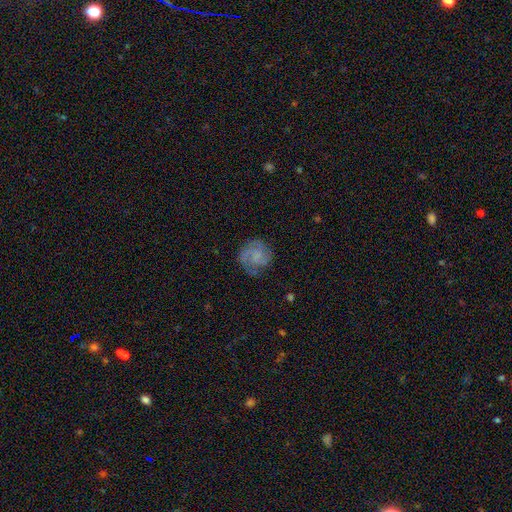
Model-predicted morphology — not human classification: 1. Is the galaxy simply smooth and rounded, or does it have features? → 58% featured or disk, 34% smooth, 8% star or artifact.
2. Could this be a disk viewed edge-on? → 98% no, 2% yes.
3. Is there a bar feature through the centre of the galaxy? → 67% no, 29% weak, 5% strong.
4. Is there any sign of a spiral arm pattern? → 89% yes, 11% no.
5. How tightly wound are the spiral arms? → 43% tight, 41% medium, 16% loose.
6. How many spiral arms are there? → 44% 2, 19% can't tell, 18% 3, 12% 1, 4% 4, 3% more than 4.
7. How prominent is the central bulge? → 51% none, 29% small, 14% moderate, 4% large, 1% dominant.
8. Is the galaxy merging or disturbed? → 70% none, 19% minor disturbance, 10% major disturbance, 1% merger.